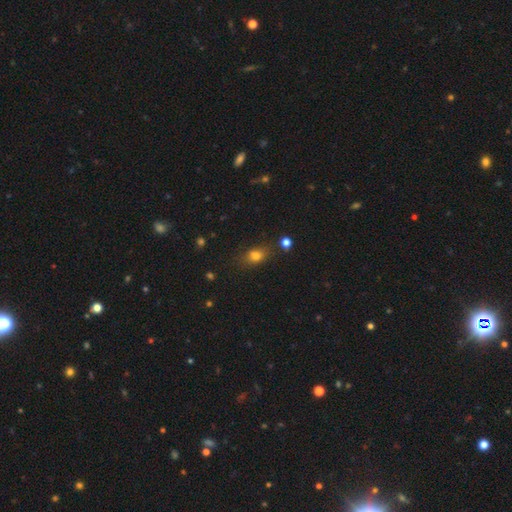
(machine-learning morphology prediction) Q: Smooth or featured?
A: smooth (75%); runner-up: star or artifact (15%)
Q: How rounded?
A: in between (65%); runner-up: round (31%)
Q: Merging?
A: none (67%); runner-up: minor disturbance (18%)